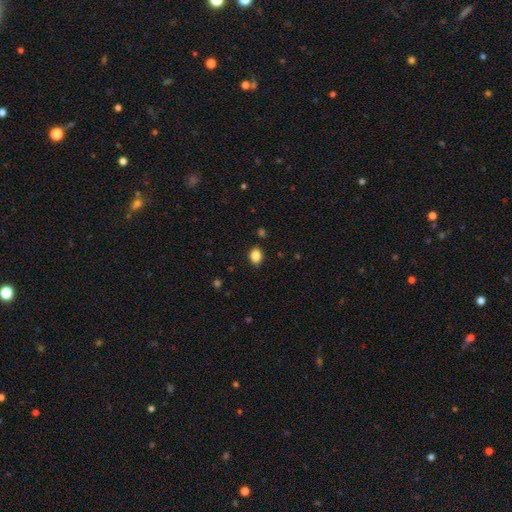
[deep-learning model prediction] A smooth galaxy with no disk features (85%) that is in between round and cigar-shaped (60%).

Vote fractions:
- Smooth or featured? smooth: 85% / star or artifact: 10% / featured or disk: 5%
- How rounded? in between: 60% / round: 39% / cigar-shaped: 1%
- Merging? none: 88% / minor disturbance: 9% / major disturbance: 2% / merger: 1%